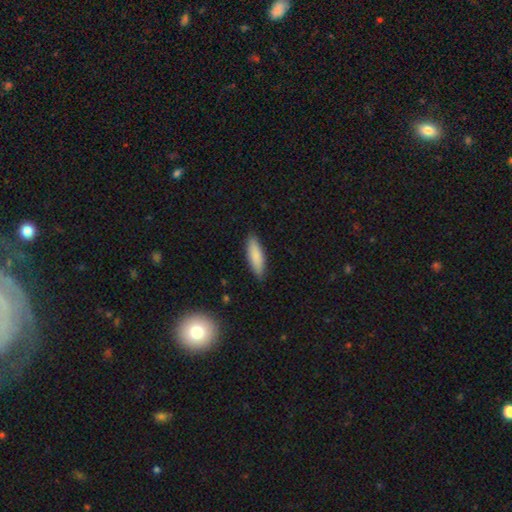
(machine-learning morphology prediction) This appears to be a smooth galaxy with no disk features (84%) that is cigar-shaped (51%). Merging: none (87%).